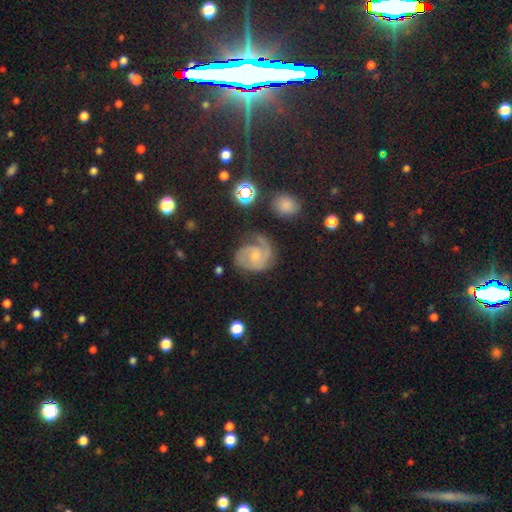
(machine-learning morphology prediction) smooth_or_featured: featured or disk (p=0.82) [alt: smooth p=0.11]
disk_edge_on: no (p=0.98) [alt: yes p=0.02]
bar: no (p=0.56) [alt: weak p=0.38]
has_spiral_arms: yes (p=0.96) [alt: no p=0.04]
spiral_winding: medium (p=0.46) [alt: tight p=0.42]
spiral_arm_count: 2 (p=0.62) [alt: 1 p=0.21]
bulge_size: small (p=0.45) [alt: moderate p=0.43]
merging: none (p=0.59) [alt: minor disturbance p=0.22]